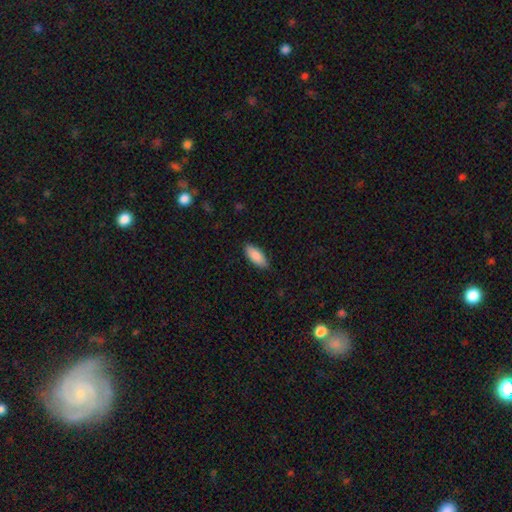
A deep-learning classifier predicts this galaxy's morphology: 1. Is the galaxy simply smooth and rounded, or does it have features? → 88% smooth, 6% featured or disk, 6% star or artifact.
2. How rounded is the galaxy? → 80% in between, 19% cigar-shaped, 2% round.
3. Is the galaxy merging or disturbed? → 87% none, 10% minor disturbance, 2% major disturbance, 1% merger.